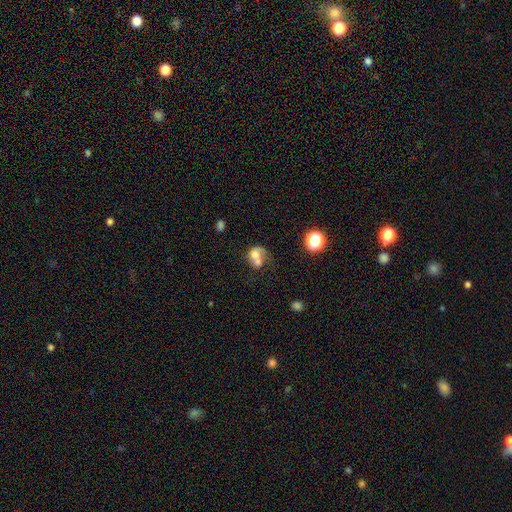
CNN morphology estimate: Smooth or featured?
  - smooth: 57% *
  - featured or disk: 31%
  - star or artifact: 12%
How rounded?
  - in between: 51% *
  - round: 47%
  - cigar-shaped: 1%
Merging?
  - merger: 57% *
  - none: 17%
  - major disturbance: 16%
  - minor disturbance: 10%